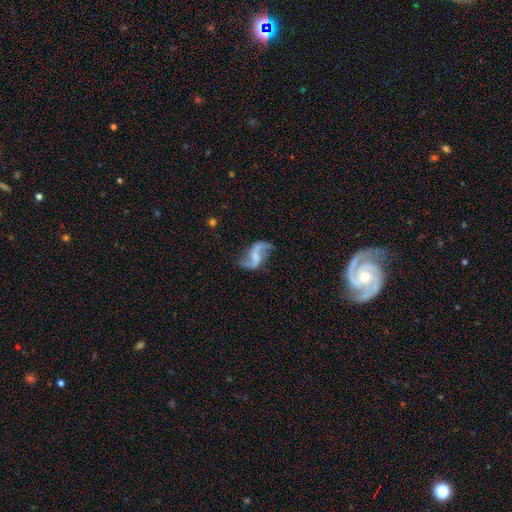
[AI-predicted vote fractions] featured or disk 87%, smooth 7%, star or artifact 6%. Down the decision tree: edge-on disk — no (98%); bar — weak (47%); spiral arms — yes (95%); spiral arm count — 2 (93%); spiral winding — loose (82%); bulge size — none (52%); merging — none (75%).